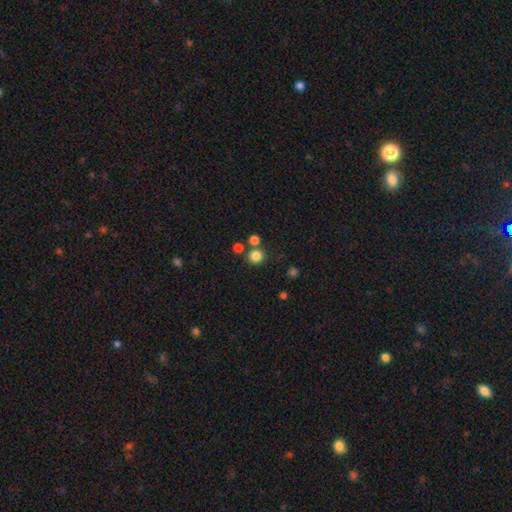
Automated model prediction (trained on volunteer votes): A smooth galaxy with no disk features (82%) that is round (89%). Merging: none (75%).